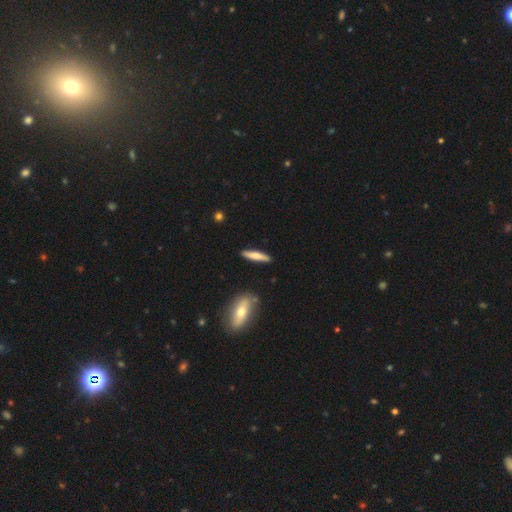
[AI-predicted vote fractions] Smooth or featured?
  - smooth: 60% *
  - featured or disk: 34%
  - star or artifact: 6%
How rounded?
  - cigar-shaped: 84% *
  - in between: 14%
  - round: 2%
Merging?
  - none: 87% *
  - minor disturbance: 9%
  - merger: 3%
  - major disturbance: 2%